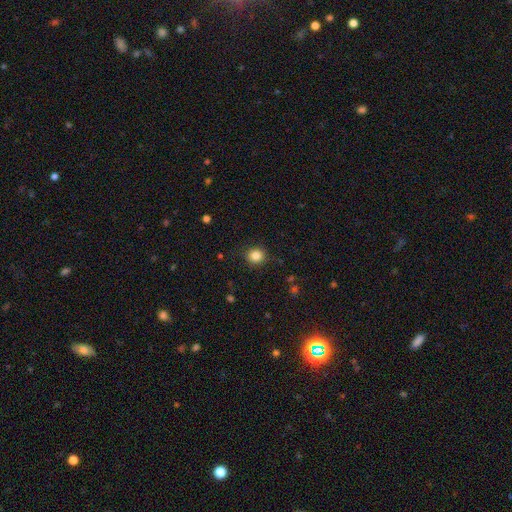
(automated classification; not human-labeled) The model was most divided on "smooth or featured": smooth: 85%, star or artifact: 11%, featured or disk: 4%. More confident: merging — none (89%); how rounded — round (88%).